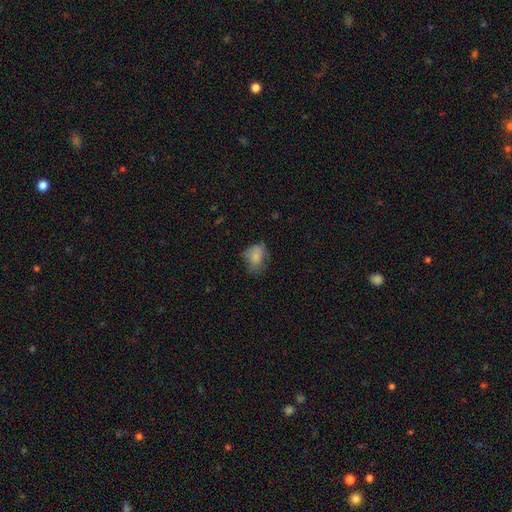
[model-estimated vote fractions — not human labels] smooth_or_featured: smooth (p=0.79) [alt: featured or disk p=0.12]
how_rounded: in between (p=0.69) [alt: round p=0.30]
merging: none (p=0.53) [alt: minor disturbance p=0.31]